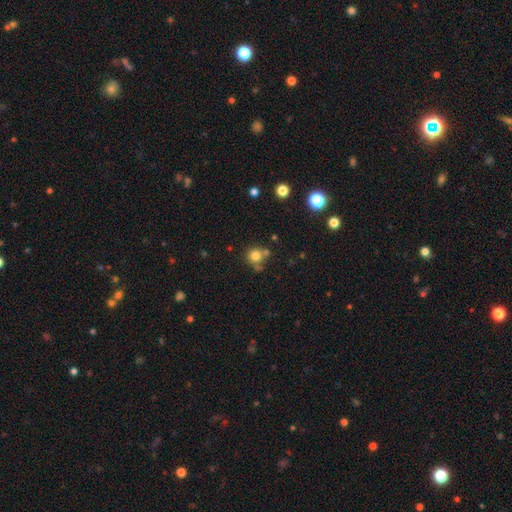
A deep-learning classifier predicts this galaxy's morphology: Smooth or featured? Predicted: smooth (p=0.78). How rounded? Predicted: round (p=0.89). Merging? Predicted: none (p=0.62).